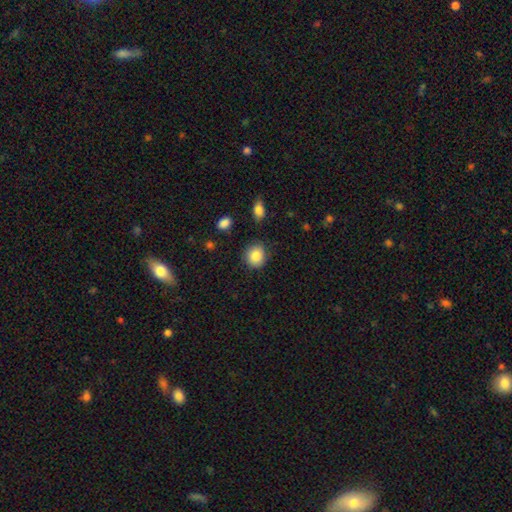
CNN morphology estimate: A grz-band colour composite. It shows a smooth galaxy with no disk features (86%) that is round (79%). Merging: none (84%).